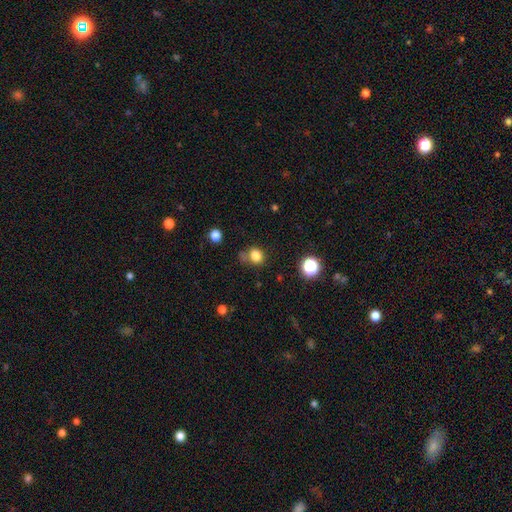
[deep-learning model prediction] The model was most divided on "how rounded": round: 71%, in between: 28%, cigar-shaped: 1%. More confident: smooth or featured — smooth (81%); merging — none (64%).